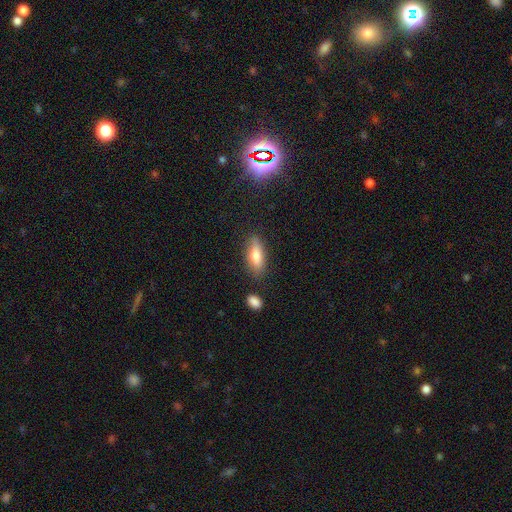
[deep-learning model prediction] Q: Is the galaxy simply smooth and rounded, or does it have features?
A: smooth — 74%.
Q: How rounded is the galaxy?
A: in between — 65%.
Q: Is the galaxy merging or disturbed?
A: none — 79%.